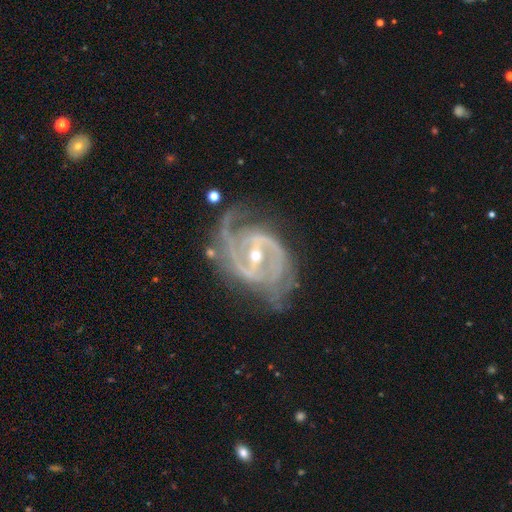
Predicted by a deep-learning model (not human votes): Smooth or featured?
  - featured or disk: 92% *
  - star or artifact: 5%
  - smooth: 3%
Edge-on disk?
  - no: 97% *
  - yes: 3%
Bar?
  - strong: 49% *
  - weak: 37%
  - no: 14%
Spiral arms?
  - yes: 97% *
  - no: 3%
Spiral winding?
  - medium: 47% *
  - tight: 38%
  - loose: 15%
Spiral arm count?
  - 2: 60% *
  - 3: 15%
  - can't tell: 11%
  - 4: 5%
  - 1: 4%
  - more than 4: 4%
Bulge size?
  - small: 64% *
  - moderate: 33%
  - large: 1%
  - none: 1%
  - dominant: 1%
Merging?
  - none: 56% *
  - minor disturbance: 24%
  - major disturbance: 16%
  - merger: 3%